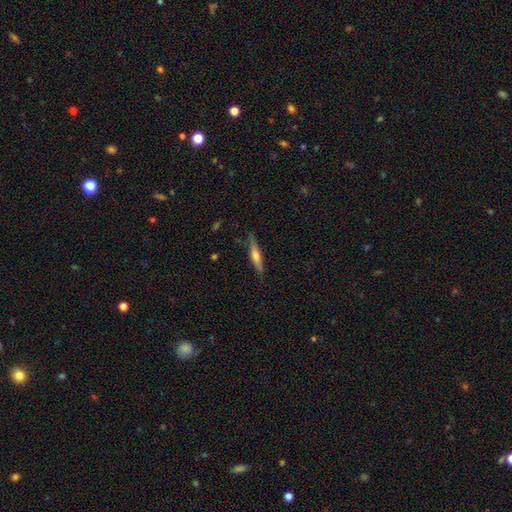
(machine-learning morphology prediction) A featured or disk galaxy (51%) viewed edge-on (95%).

Vote fractions:
- Smooth or featured? featured or disk: 51% / smooth: 43% / star or artifact: 6%
- Edge-on disk? yes: 95% / no: 5%
- Merging? none: 84% / minor disturbance: 12% / major disturbance: 2% / merger: 1%